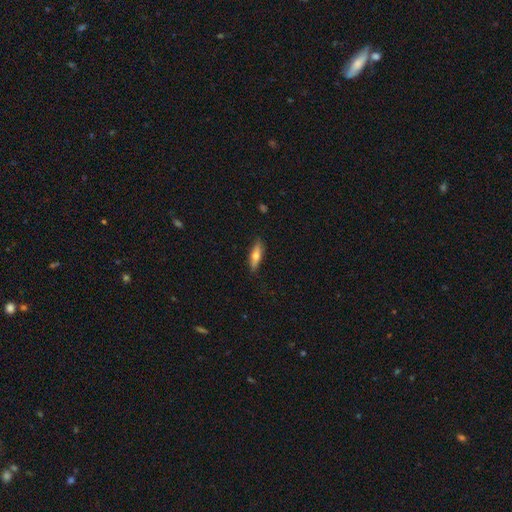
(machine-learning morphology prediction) Smooth or featured? smooth (60%)
How rounded? cigar-shaped (56%)
Merging? none (85%)